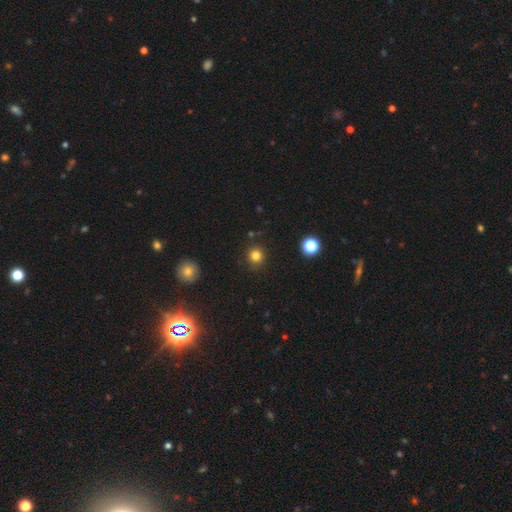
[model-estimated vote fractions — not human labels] This appears to be a smooth galaxy with no disk features (81%) that is round (93%). Merging: none (89%).